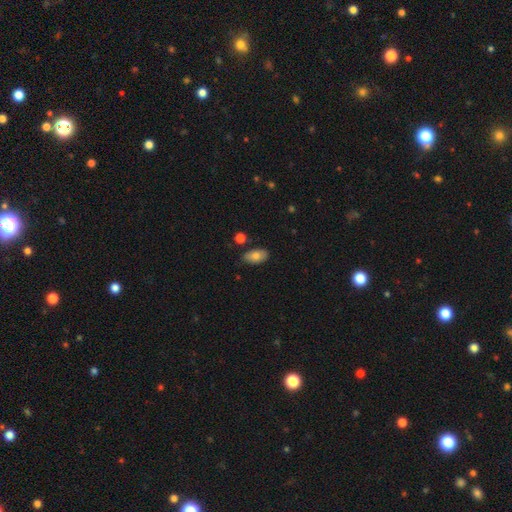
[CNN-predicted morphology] The model was most divided on "merging": none: 80%, minor disturbance: 14%, merger: 3%, major disturbance: 3%. More confident: how rounded — in between (93%); smooth or featured — smooth (79%).